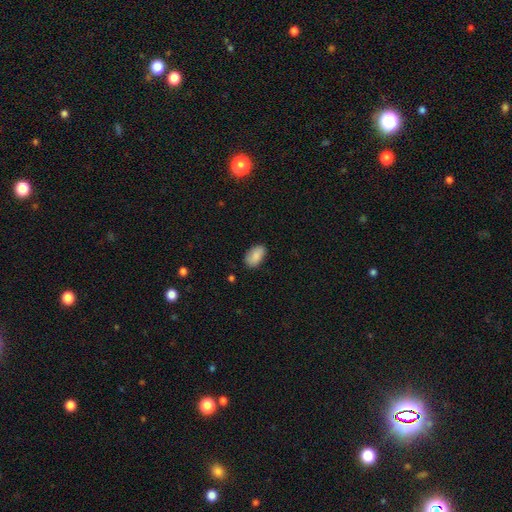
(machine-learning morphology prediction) Smooth or featured? smooth (88%)
How rounded? in between (93%)
Merging? none (81%)